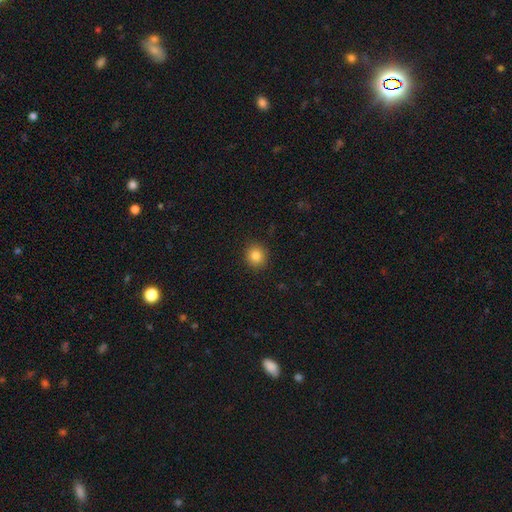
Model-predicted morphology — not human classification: smooth 83%, star or artifact 11%, featured or disk 6%. Down the decision tree: how rounded — round (88%); merging — none (91%).